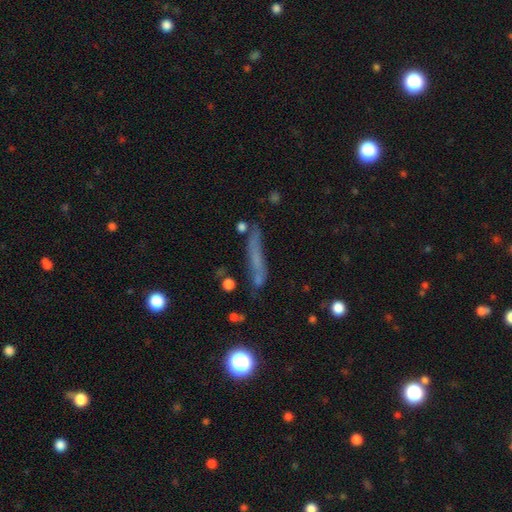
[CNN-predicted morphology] Overall: smooth (50%; featured or disk 33%). How rounded: cigar-shaped (85%). Merging: none (61%; minor disturbance 21%).